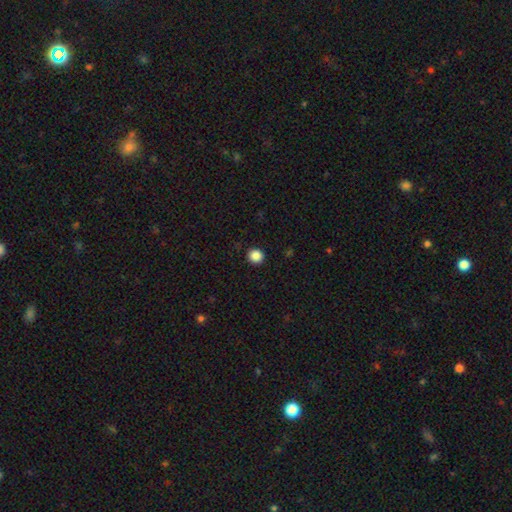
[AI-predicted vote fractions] A smooth galaxy with no disk features (87%) that is round (92%).

Vote fractions:
- Smooth or featured? smooth: 87% / star or artifact: 10% / featured or disk: 3%
- How rounded? round: 92% / in between: 7% / cigar-shaped: 1%
- Merging? none: 93% / minor disturbance: 5% / major disturbance: 2% / merger: 1%